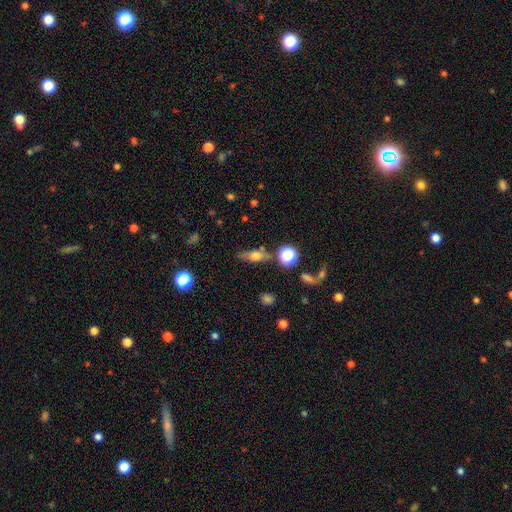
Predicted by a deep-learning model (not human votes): Overall: smooth (57%; featured or disk 31%). How rounded: in between (57%; cigar-shaped 31%). Merging: none (68%).